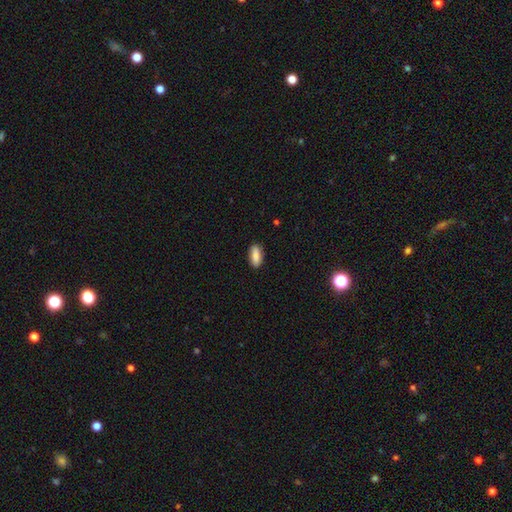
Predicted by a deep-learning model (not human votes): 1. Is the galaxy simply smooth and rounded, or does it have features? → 86% smooth, 8% featured or disk, 7% star or artifact.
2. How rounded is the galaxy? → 80% in between, 18% cigar-shaped, 3% round.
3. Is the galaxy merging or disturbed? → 87% none, 10% minor disturbance, 2% major disturbance, 1% merger.